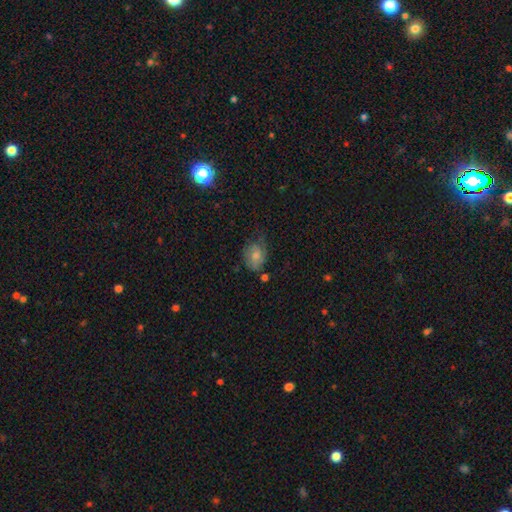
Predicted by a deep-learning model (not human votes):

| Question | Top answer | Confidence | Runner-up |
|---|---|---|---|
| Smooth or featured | smooth | 68% | featured or disk (23%) |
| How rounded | in between | 65% | round (34%) |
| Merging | none | 42% | minor disturbance (35%) |